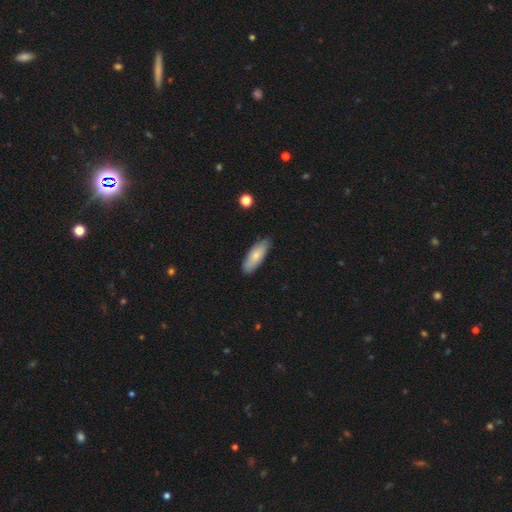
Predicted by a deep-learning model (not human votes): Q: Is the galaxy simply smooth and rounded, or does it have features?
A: smooth — 76%.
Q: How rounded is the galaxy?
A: in between — 66%.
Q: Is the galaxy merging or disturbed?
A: none — 81%.